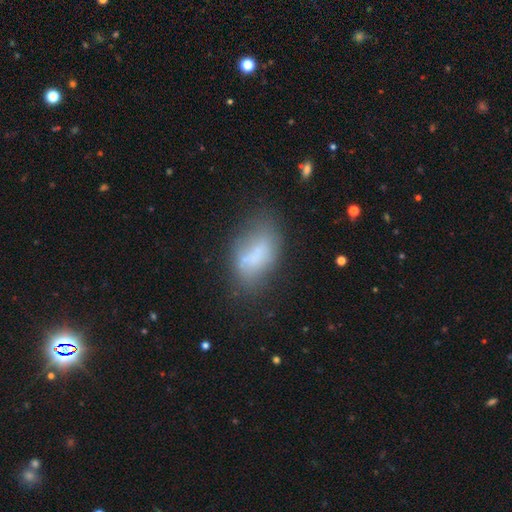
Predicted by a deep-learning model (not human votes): smooth-or-featured: smooth: 62% | featured or disk: 26% | star or artifact: 11%
  how-rounded: in between: 88% | round: 7% | cigar-shaped: 5%
  merging: none: 43% | minor disturbance: 29% | major disturbance: 19% | merger: 9%